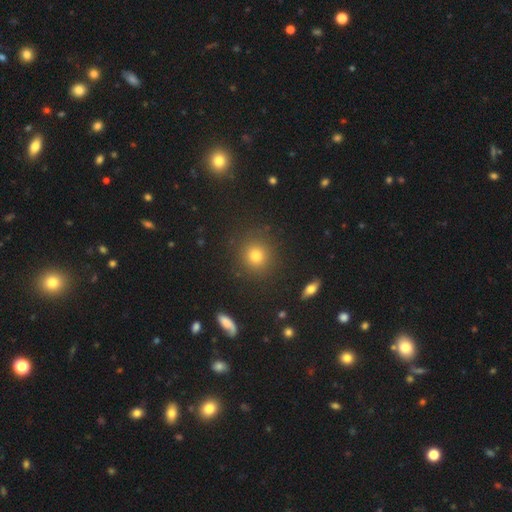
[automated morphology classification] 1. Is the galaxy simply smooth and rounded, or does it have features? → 77% smooth, 15% star or artifact, 8% featured or disk.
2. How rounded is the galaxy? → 89% round, 10% in between, 1% cigar-shaped.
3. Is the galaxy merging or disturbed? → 88% none, 7% minor disturbance, 3% major disturbance, 2% merger.